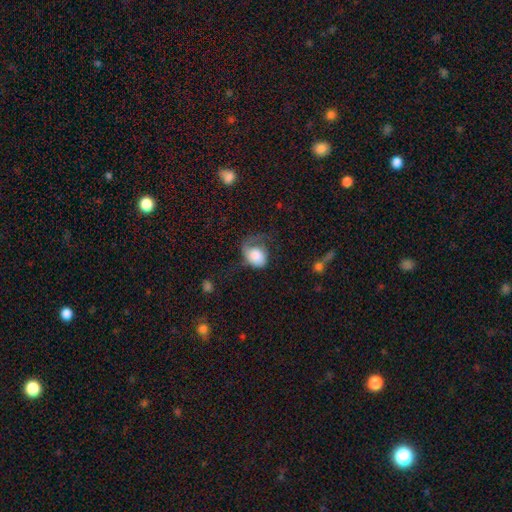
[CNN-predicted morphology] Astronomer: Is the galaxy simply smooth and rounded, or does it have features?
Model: smooth — 62%.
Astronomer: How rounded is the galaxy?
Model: in between — 54% (runner-up: round, 45%).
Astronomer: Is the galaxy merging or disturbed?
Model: major disturbance — 48% (runner-up: none, 25%).